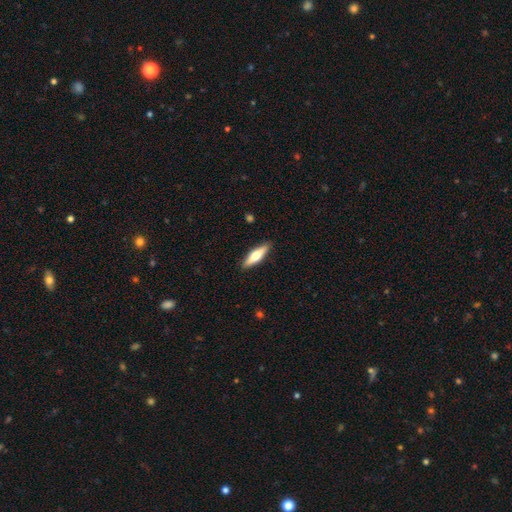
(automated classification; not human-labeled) smooth 56%, featured or disk 38%, star or artifact 5%. Down the decision tree: how rounded — cigar-shaped (64%); merging — none (90%).